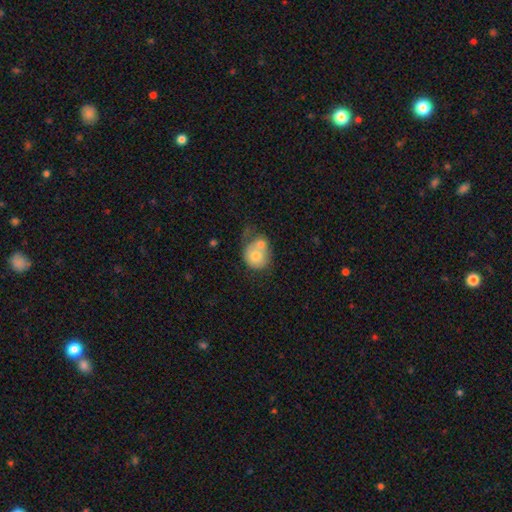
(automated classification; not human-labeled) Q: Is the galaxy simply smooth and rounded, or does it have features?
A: smooth — 68%.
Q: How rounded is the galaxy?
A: round — 72%.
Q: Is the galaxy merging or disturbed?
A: merger — 60%.